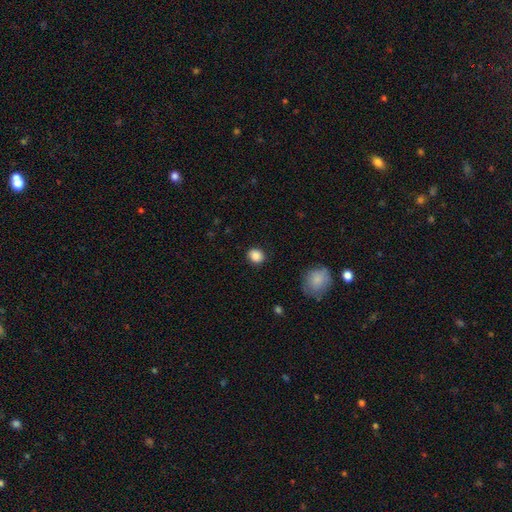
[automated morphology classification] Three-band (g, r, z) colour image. It shows a smooth galaxy with no disk features (87%) that is round (72%). Merging: none (87%).